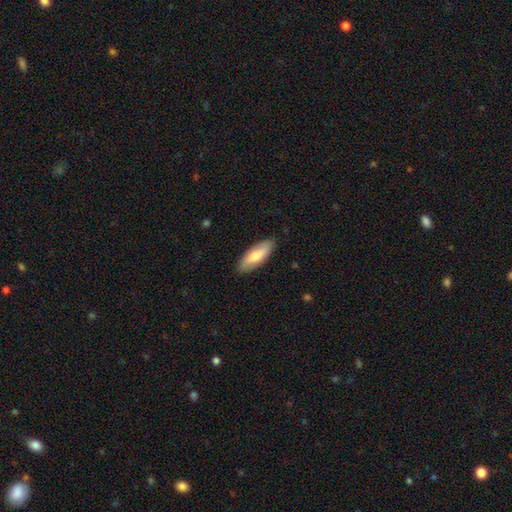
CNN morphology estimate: Smooth or featured? Predicted: smooth (p=0.70). How rounded? Predicted: in between (p=0.67). Merging? Predicted: none (p=0.87).